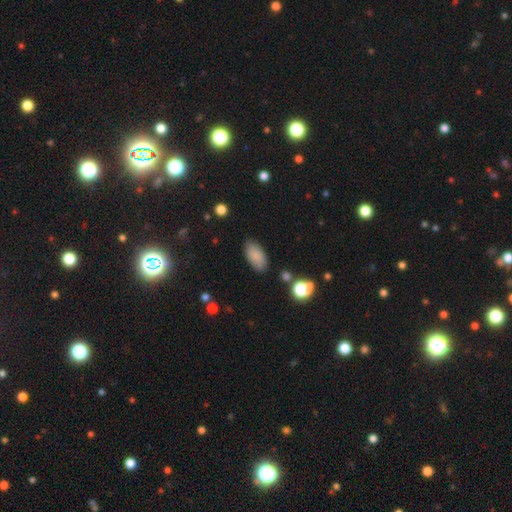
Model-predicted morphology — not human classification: Overall: smooth (83%). How rounded: in between (93%). Merging: none (81%).